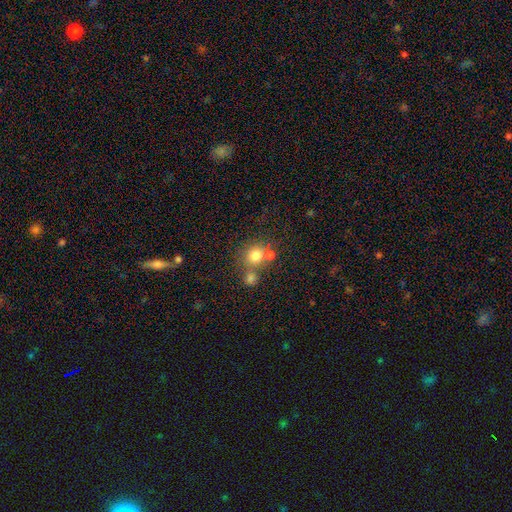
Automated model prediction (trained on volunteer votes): Smooth or featured? smooth (74%)
How rounded? round (85%)
Merging? none (55%)